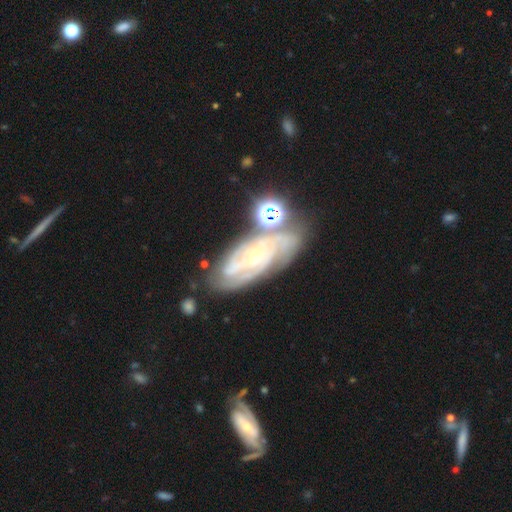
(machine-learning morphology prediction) Overall: featured or disk (84%). Edge-on disk: no (94%). Bar: no (66%). Spiral arms: yes (96%). Spiral arm count: 3 (29%; can't tell 27%). Spiral winding: tight (69%). Bulge size: small (72%). Merging: none (64%).